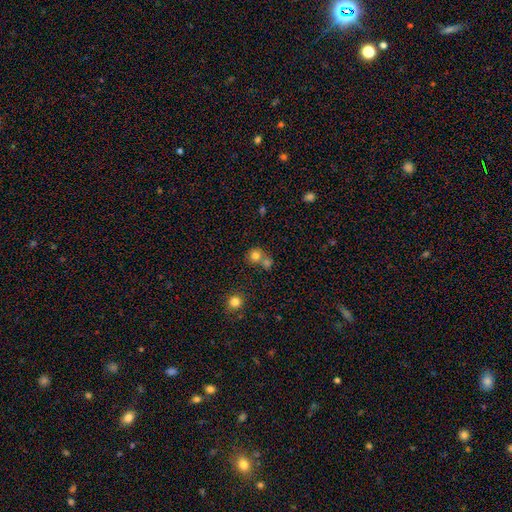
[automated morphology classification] Smooth or featured? Predicted: smooth (p=0.78). How rounded? Predicted: round (p=0.87). Merging? Predicted: none (p=0.54).